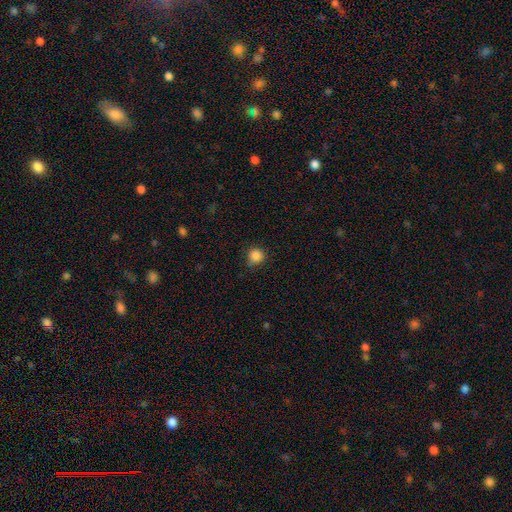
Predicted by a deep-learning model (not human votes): Q: Smooth or featured?
A: smooth (85%); runner-up: star or artifact (11%)
Q: How rounded?
A: round (93%); runner-up: in between (6%)
Q: Merging?
A: none (78%); runner-up: minor disturbance (17%)